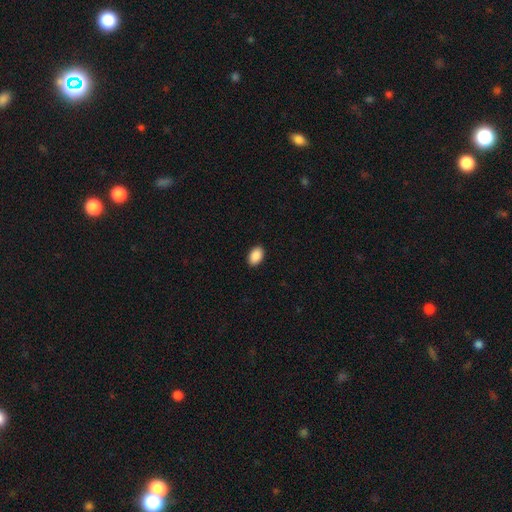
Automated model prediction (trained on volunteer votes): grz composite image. It shows a smooth galaxy with no disk features (90%) that is in between round and cigar-shaped (88%). Merging: none (90%).